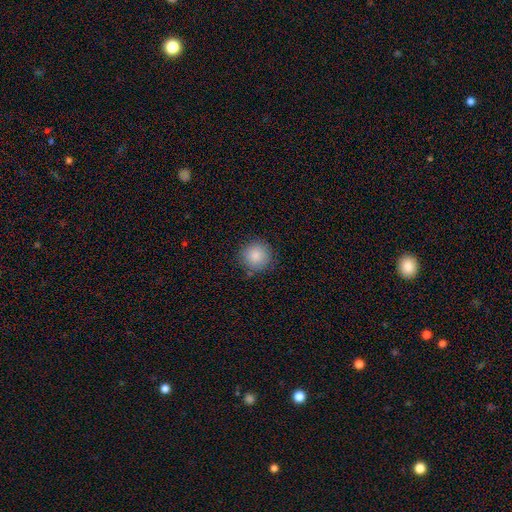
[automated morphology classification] Smooth or featured: smooth — 86% (star or artifact — 9%)
How rounded: round — 94% (in between — 5%)
Merging: none — 87% (minor disturbance — 9%)